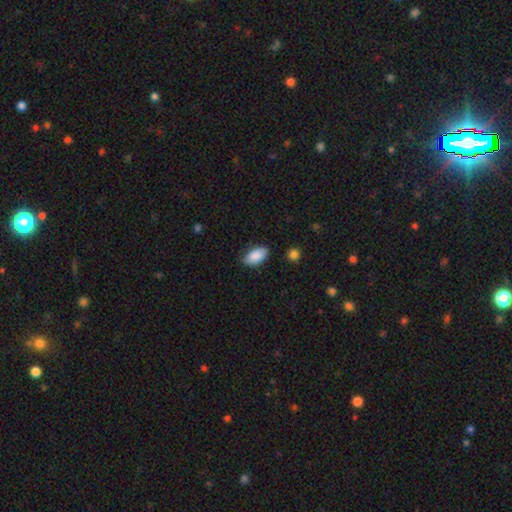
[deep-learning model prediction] Smooth or featured: smooth — 88% (star or artifact — 6%)
How rounded: in between — 94% (round — 3%)
Merging: none — 82% (minor disturbance — 14%)